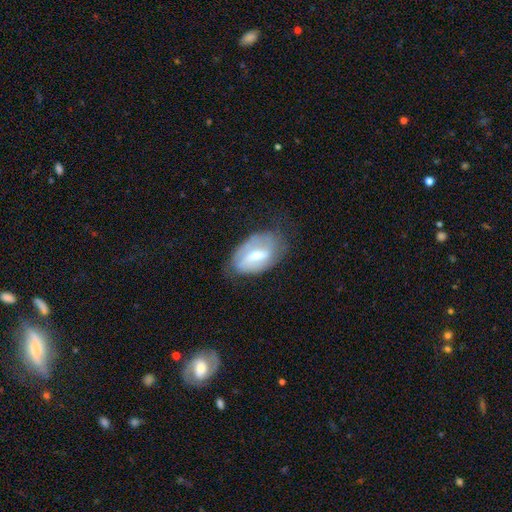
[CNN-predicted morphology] The model was most divided on "bar": weak: 49%, strong: 35%, no: 16%. More confident: edge-on disk — no (92%); spiral arms — yes (70%); bulge size — moderate (65%); smooth or featured — featured or disk (62%); merging — none (60%).